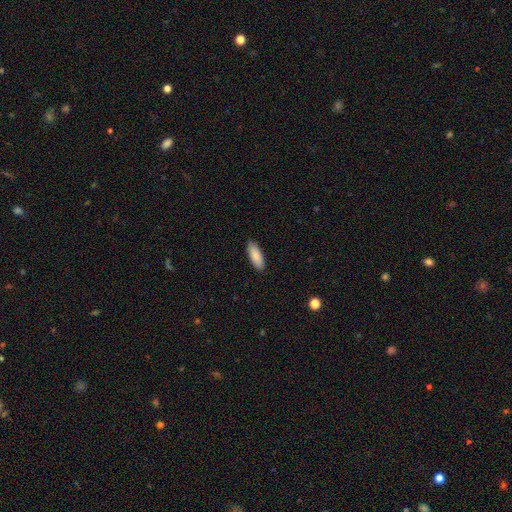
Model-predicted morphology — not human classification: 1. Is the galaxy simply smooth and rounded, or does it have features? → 88% smooth, 6% featured or disk, 6% star or artifact.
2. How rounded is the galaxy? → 67% in between, 31% cigar-shaped, 2% round.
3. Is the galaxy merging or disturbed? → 89% none, 8% minor disturbance, 2% major disturbance, 1% merger.